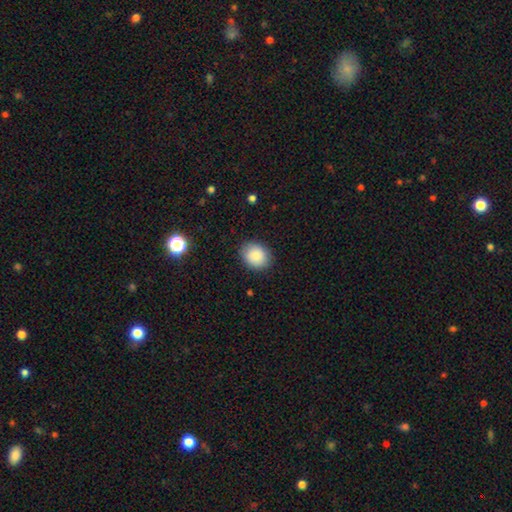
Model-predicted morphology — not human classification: This appears to be a smooth galaxy with no disk features (88%) that is round (59%). Merging: none (87%).